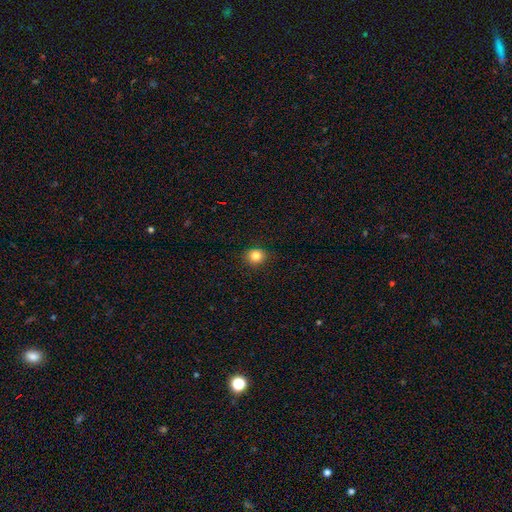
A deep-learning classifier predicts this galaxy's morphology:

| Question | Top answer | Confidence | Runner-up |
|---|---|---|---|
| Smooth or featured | smooth | 83% | star or artifact (12%) |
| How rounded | round | 81% | in between (18%) |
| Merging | none | 88% | minor disturbance (9%) |